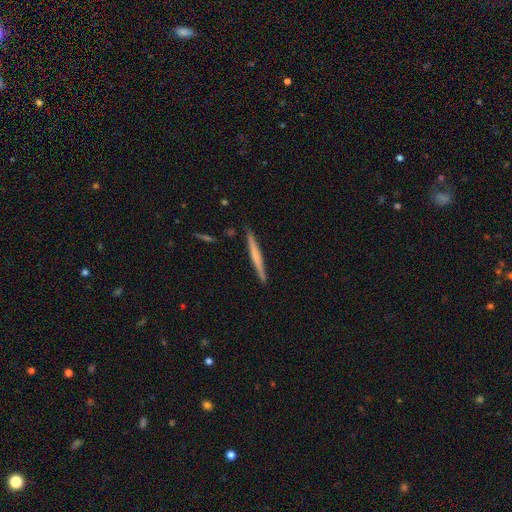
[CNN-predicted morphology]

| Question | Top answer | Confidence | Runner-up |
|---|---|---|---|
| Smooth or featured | featured or disk | 48% | smooth (47%) |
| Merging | none | 91% | minor disturbance (7%) |